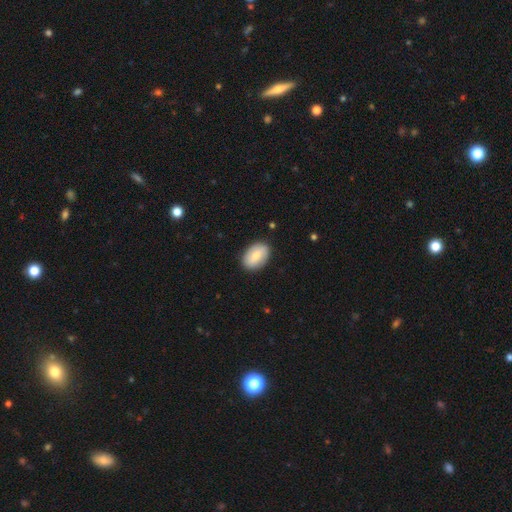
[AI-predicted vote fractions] Smooth or featured: smooth — 80% (featured or disk — 15%)
How rounded: in between — 90% (round — 9%)
Merging: none — 86% (minor disturbance — 10%)